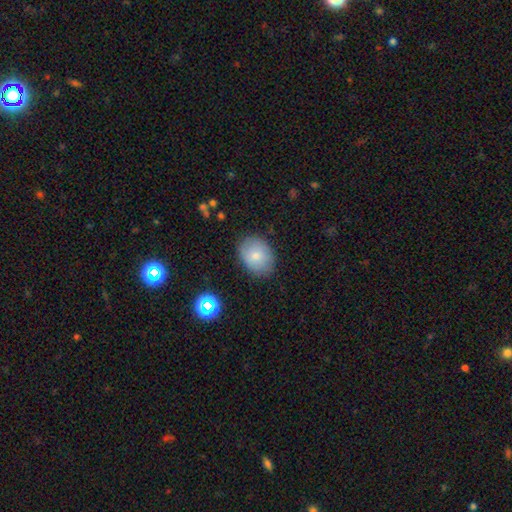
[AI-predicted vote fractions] Smooth or featured? Predicted: smooth (p=0.76). How rounded? Predicted: in between (p=0.65). Merging? Predicted: none (p=0.81).